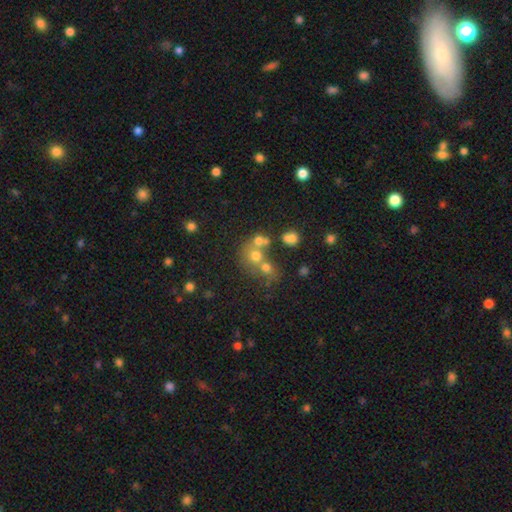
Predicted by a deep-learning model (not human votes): The model was most divided on "merging": merger: 50%, none: 36%, minor disturbance: 8%, major disturbance: 6%. More confident: how rounded — round (75%); smooth or featured — smooth (60%).